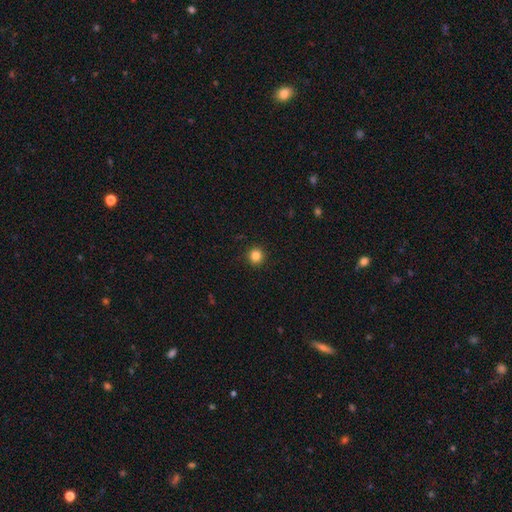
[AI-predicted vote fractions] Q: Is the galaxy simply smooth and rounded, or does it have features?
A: smooth — 84%.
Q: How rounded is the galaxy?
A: round — 94%.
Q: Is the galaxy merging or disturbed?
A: none — 93%.